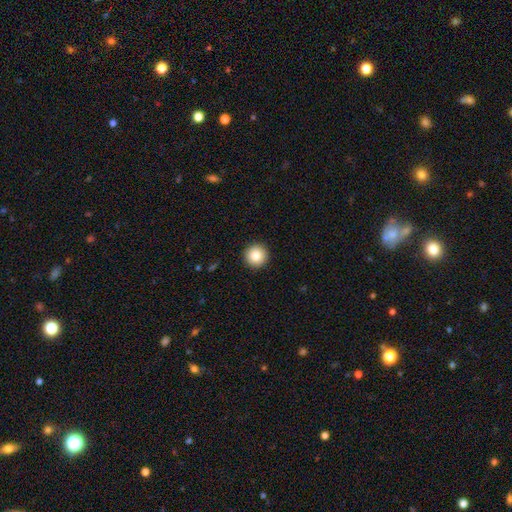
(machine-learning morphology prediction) This is clearly a smooth galaxy (85%). How rounded: clearly round (96%). Merging: clearly none (93%).